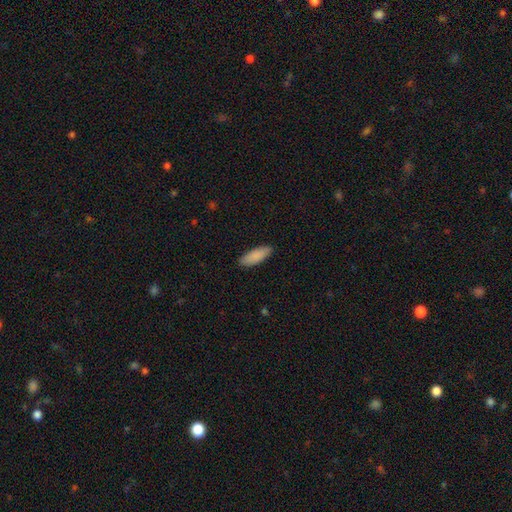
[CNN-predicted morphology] Overall: smooth (89%). How rounded: in between (68%; cigar-shaped 30%). Merging: none (88%).